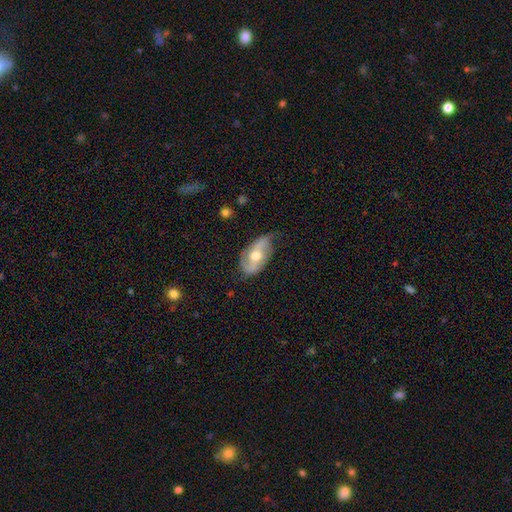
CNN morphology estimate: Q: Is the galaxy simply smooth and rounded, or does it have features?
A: featured or disk — 58%.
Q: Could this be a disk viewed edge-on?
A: no — 91%.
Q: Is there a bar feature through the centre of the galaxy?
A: no — 54%.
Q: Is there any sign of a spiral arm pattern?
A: yes — 72%.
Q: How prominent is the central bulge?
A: moderate — 75%.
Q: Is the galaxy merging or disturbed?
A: none — 47%.